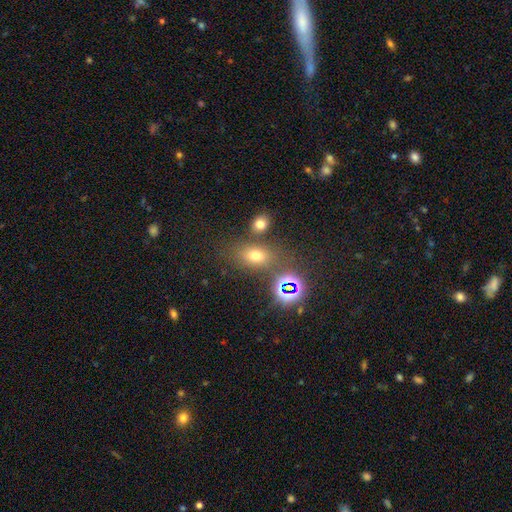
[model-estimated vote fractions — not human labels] Smooth or featured? smooth (64%)
How rounded? in between (69%)
Merging? none (69%)